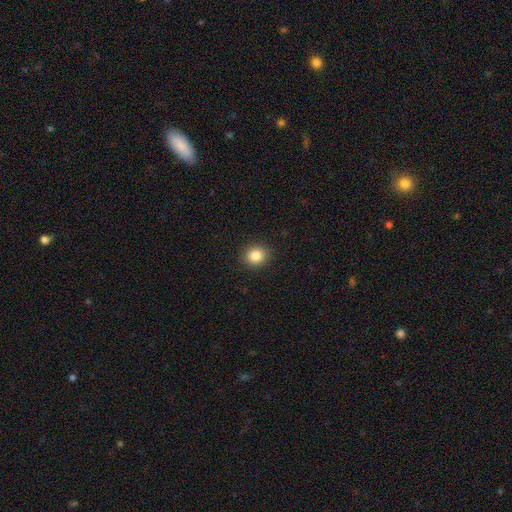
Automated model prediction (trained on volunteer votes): Smooth or featured? smooth (84%)
How rounded? round (81%)
Merging? none (91%)